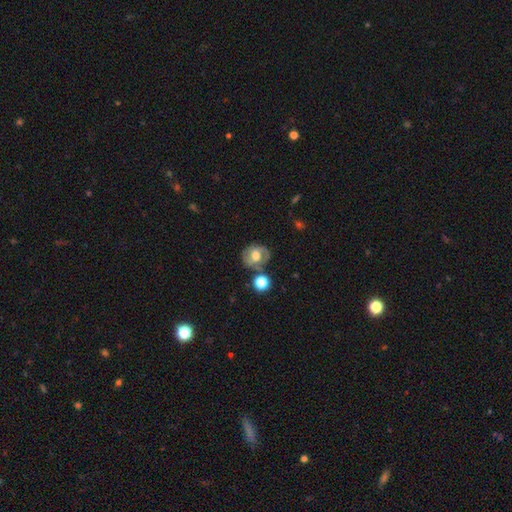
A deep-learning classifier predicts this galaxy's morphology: type=featured or disk (48%); merging=none (68%).